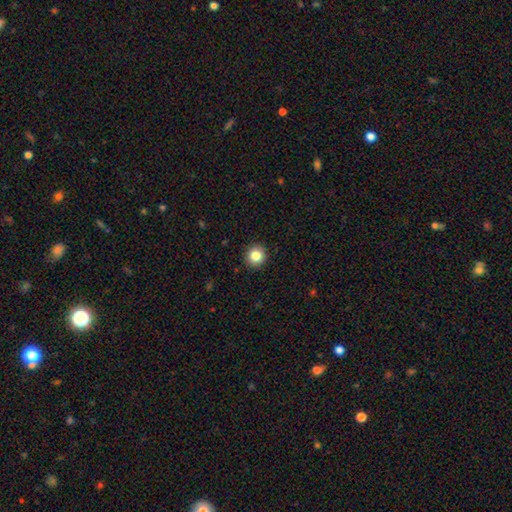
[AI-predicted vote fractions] The model was most divided on "smooth or featured": smooth: 83%, star or artifact: 11%, featured or disk: 6%. More confident: how rounded — round (93%); merging — none (92%).